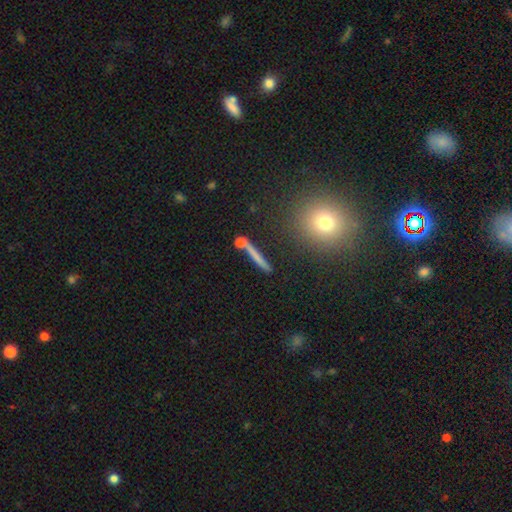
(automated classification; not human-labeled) A smooth galaxy with no disk features (61%) that is cigar-shaped (84%). Merging: none (72%).